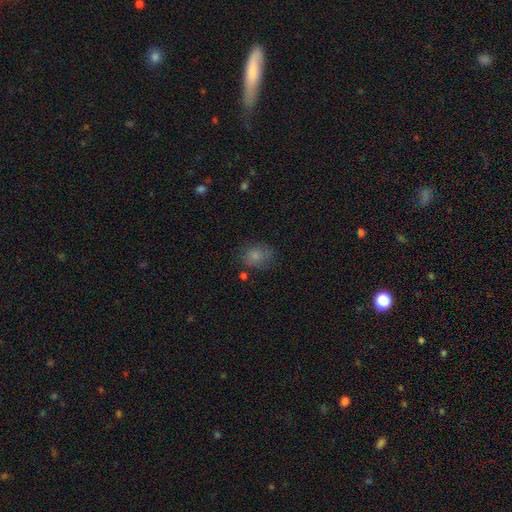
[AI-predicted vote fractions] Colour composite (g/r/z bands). It shows a smooth galaxy with no disk features (80%) that is in between round and cigar-shaped (55%). Merging: none (66%).